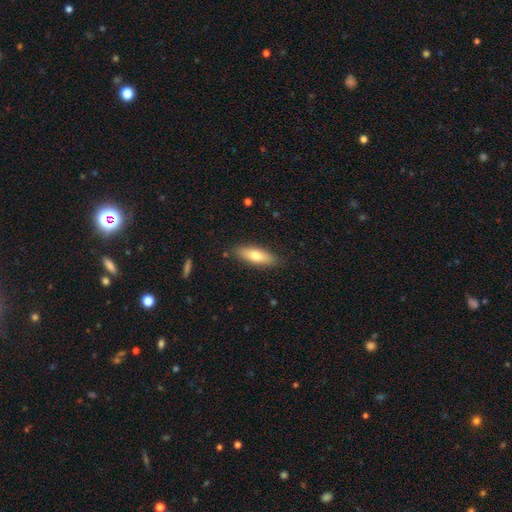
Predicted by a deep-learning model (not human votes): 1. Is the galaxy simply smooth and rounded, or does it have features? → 68% smooth, 26% featured or disk, 6% star or artifact.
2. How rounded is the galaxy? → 51% in between, 47% cigar-shaped, 2% round.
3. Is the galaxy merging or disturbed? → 86% none, 10% minor disturbance, 2% major disturbance, 2% merger.